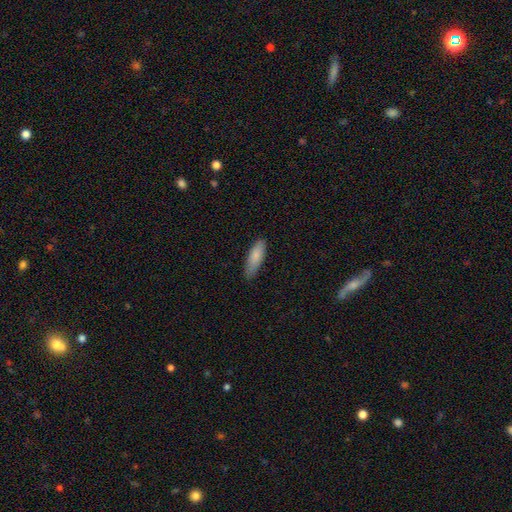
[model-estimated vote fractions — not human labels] Morphology: type=smooth (83%); roundness=in between (58%); merging=none (81%).